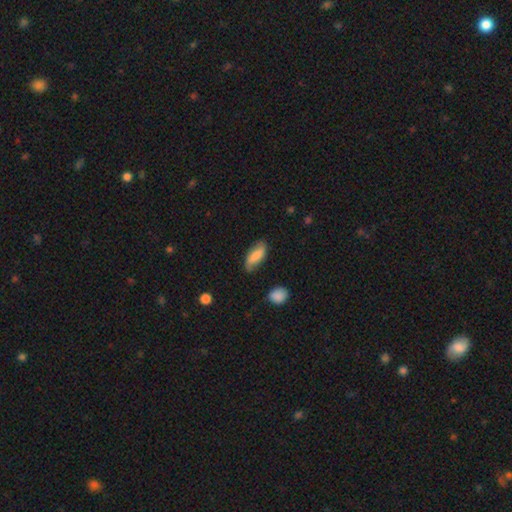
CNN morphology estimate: This appears to be a smooth galaxy with no disk features (69%) that is in between round and cigar-shaped (81%). Merging: none (71%).